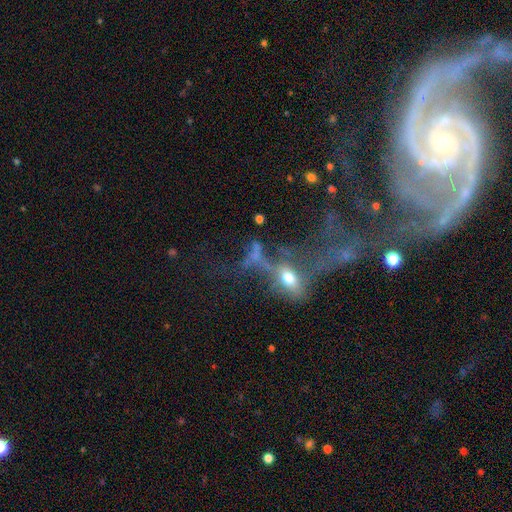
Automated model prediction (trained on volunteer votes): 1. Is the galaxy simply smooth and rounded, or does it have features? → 39% featured or disk, 36% smooth, 25% star or artifact.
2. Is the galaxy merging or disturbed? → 34% major disturbance, 32% merger, 22% none, 11% minor disturbance.